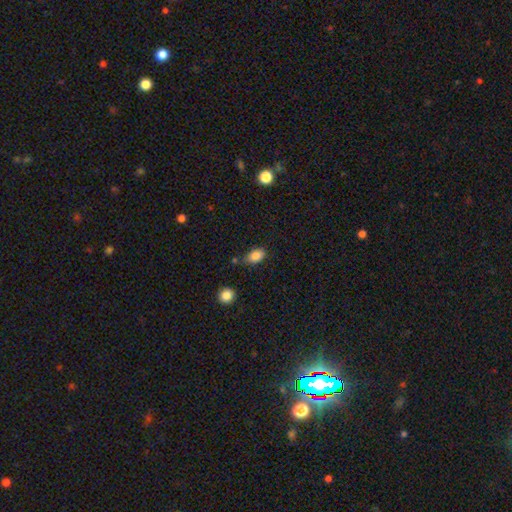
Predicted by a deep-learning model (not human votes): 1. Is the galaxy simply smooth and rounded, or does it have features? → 84% smooth, 9% star or artifact, 7% featured or disk.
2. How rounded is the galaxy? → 85% in between, 12% round, 2% cigar-shaped.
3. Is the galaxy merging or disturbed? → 64% none, 24% minor disturbance, 7% merger, 5% major disturbance.